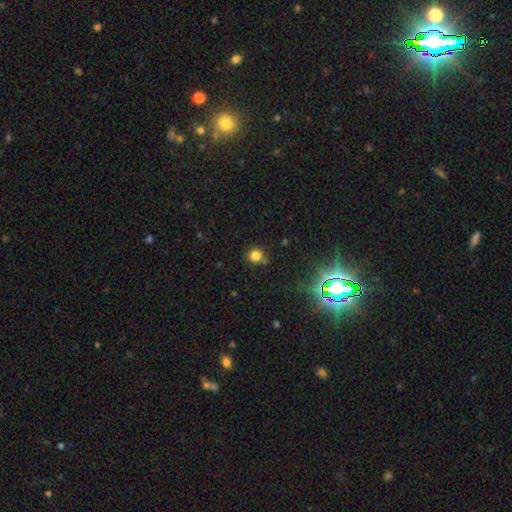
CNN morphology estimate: type=smooth (79%); roundness=round (89%); merging=none (80%).